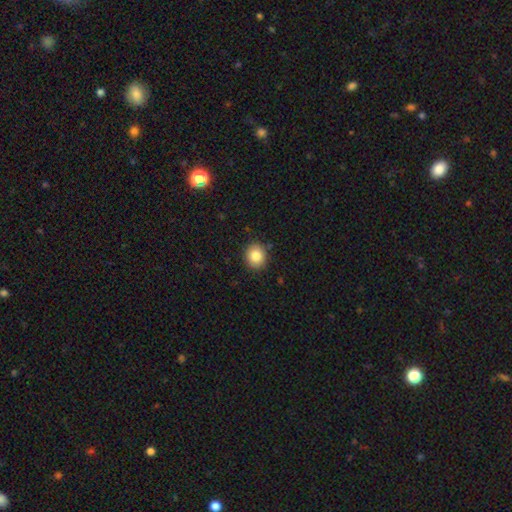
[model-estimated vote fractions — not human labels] Smooth or featured? Predicted: smooth (p=0.84). How rounded? Predicted: round (p=0.77). Merging? Predicted: none (p=0.89).